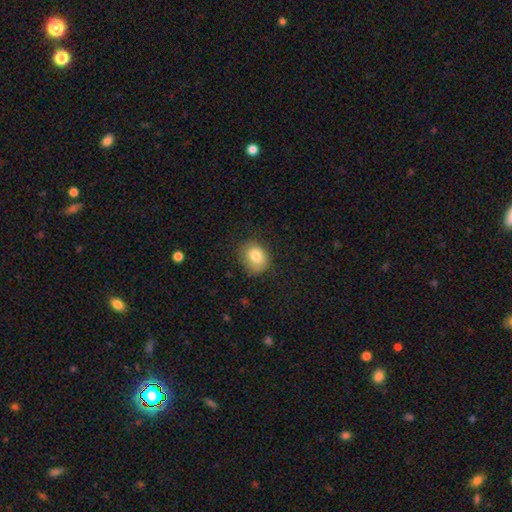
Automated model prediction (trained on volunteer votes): Smooth or featured? Predicted: smooth (p=0.82). How rounded? Predicted: round (p=0.58). Merging? Predicted: none (p=0.73).